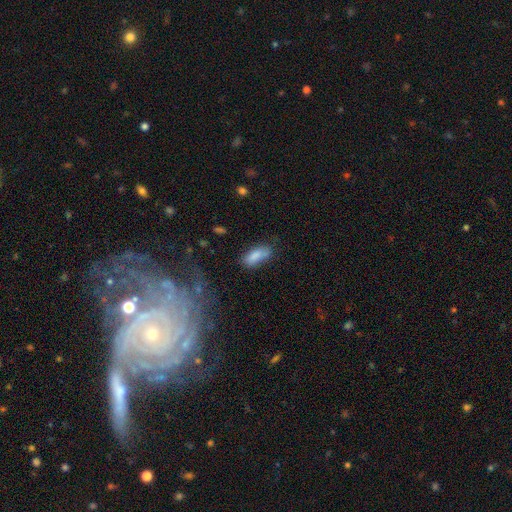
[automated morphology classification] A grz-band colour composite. It shows a smooth galaxy with no disk features (83%) that is in between round and cigar-shaped (77%). Merging: none (61%).